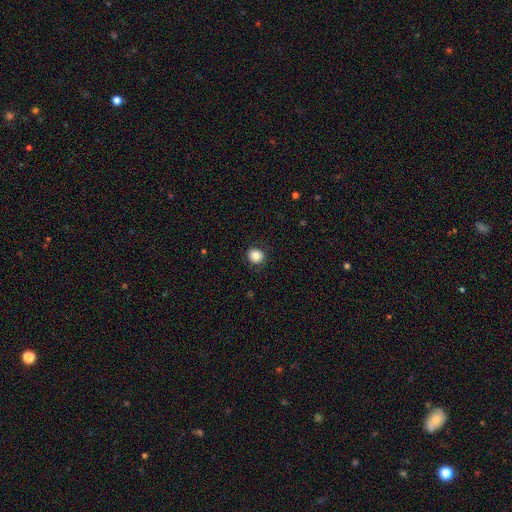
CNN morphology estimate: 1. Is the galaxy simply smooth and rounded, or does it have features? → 84% smooth, 10% star or artifact, 6% featured or disk.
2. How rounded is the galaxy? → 80% round, 19% in between, 1% cigar-shaped.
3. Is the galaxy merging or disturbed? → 88% none, 8% minor disturbance, 3% major disturbance, 1% merger.